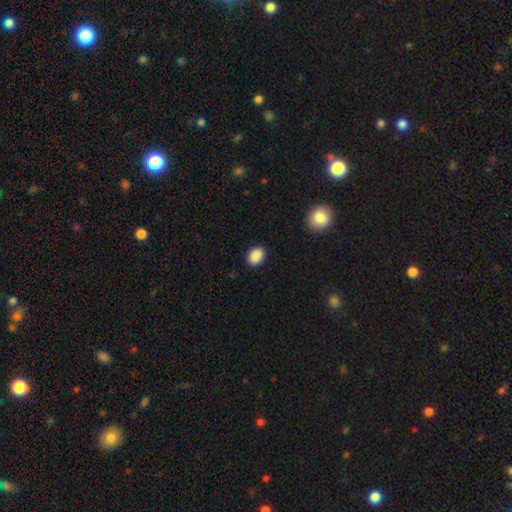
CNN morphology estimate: A smooth galaxy with no disk features (89%) that is in between round and cigar-shaped (64%). Merging: none (89%).